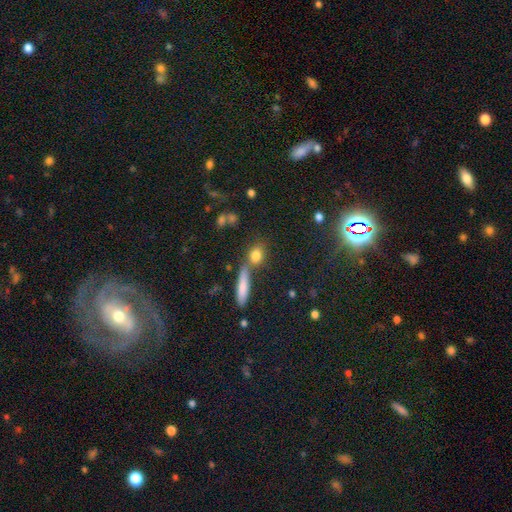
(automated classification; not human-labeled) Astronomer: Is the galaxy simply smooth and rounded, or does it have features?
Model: smooth — 77%.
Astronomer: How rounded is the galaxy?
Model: round — 50% (runner-up: in between, 35%).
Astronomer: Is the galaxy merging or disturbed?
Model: none — 67%.